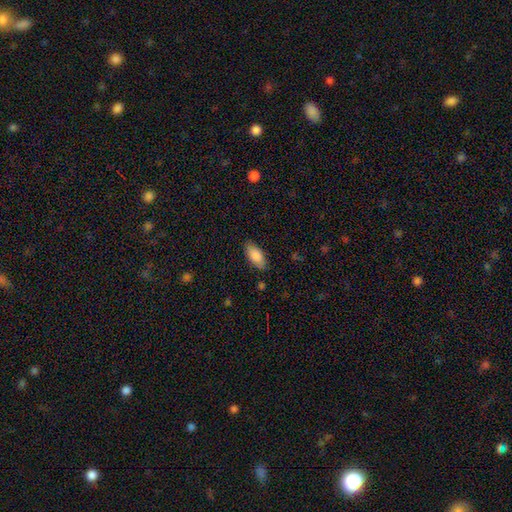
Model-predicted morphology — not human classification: smooth-or-featured: smooth: 86% | featured or disk: 7% | star or artifact: 6%
  how-rounded: in between: 89% | cigar-shaped: 9% | round: 2%
  merging: none: 85% | minor disturbance: 11% | major disturbance: 3% | merger: 1%